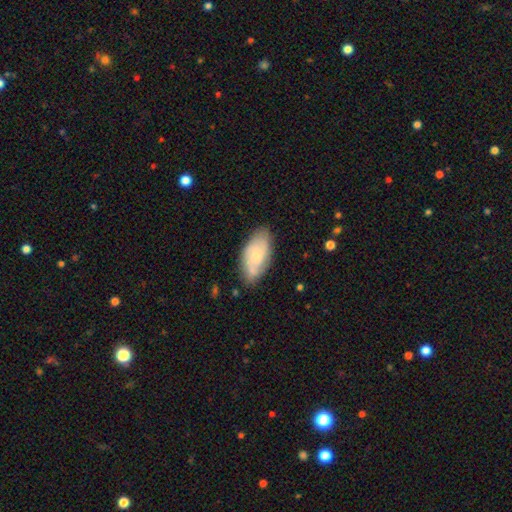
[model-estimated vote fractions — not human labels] Overall: featured or disk (58%; smooth 35%). Edge-on disk: no (94%). Bar: no (73%). Spiral arms: yes (88%). Bulge size: small (71%). Merging: none (74%).